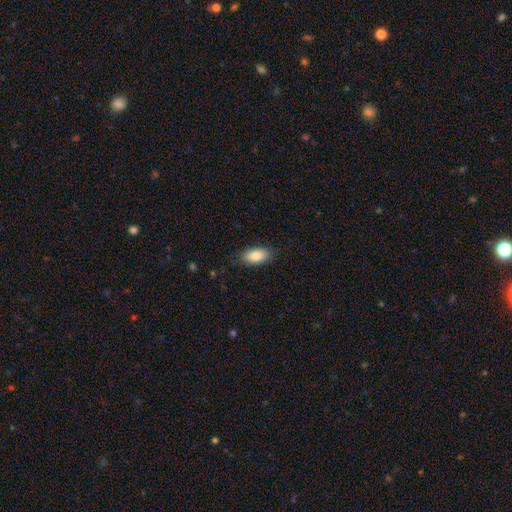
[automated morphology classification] Smooth or featured: smooth — 85% (featured or disk — 8%)
How rounded: in between — 91% (cigar-shaped — 6%)
Merging: none — 84% (minor disturbance — 12%)